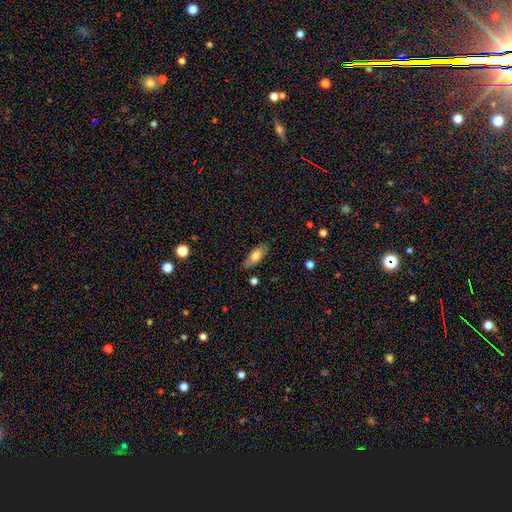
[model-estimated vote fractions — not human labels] smooth_or_featured: smooth (p=0.74) [alt: featured or disk p=0.19]
how_rounded: in between (p=0.78) [alt: cigar-shaped p=0.20]
merging: none (p=0.84) [alt: minor disturbance p=0.12]